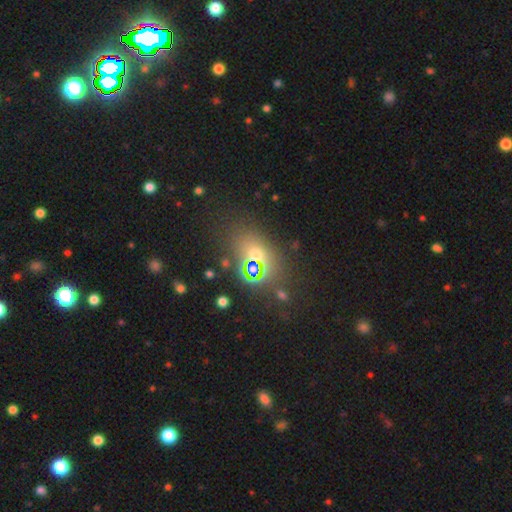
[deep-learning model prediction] Morphology: type=star or artifact (45%).